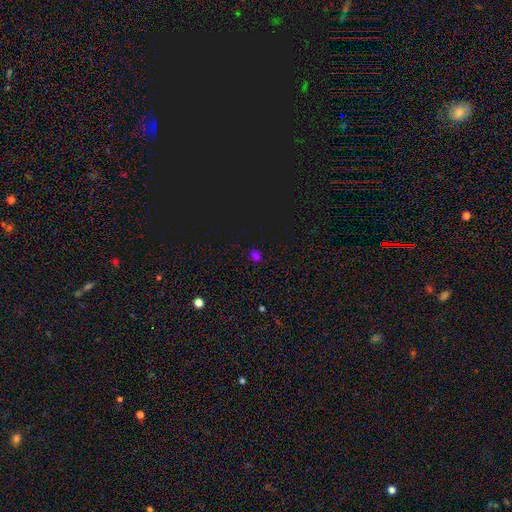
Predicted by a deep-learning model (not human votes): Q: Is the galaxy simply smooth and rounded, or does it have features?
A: smooth — 63%.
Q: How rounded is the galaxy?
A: round — 53%.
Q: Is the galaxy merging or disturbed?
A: none — 86%.